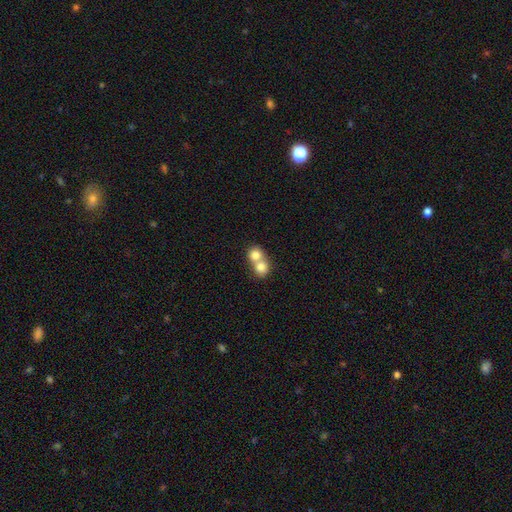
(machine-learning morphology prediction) Smooth or featured?
  - smooth: 79% *
  - featured or disk: 13%
  - star or artifact: 9%
How rounded?
  - round: 80% *
  - in between: 19%
  - cigar-shaped: 1%
Merging?
  - merger: 70% *
  - none: 25%
  - minor disturbance: 4%
  - major disturbance: 2%